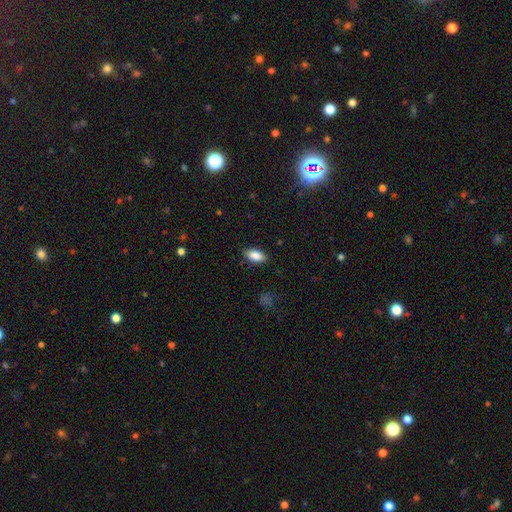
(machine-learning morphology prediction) This appears to be a smooth galaxy with no disk features (85%) that is in between round and cigar-shaped (90%). Merging: none (85%).